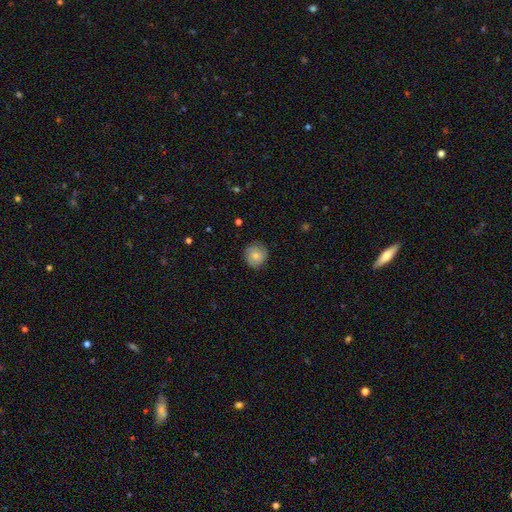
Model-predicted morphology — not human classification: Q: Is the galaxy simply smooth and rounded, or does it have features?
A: smooth — 75%.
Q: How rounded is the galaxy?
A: round — 90%.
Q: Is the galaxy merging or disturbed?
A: none — 83%.